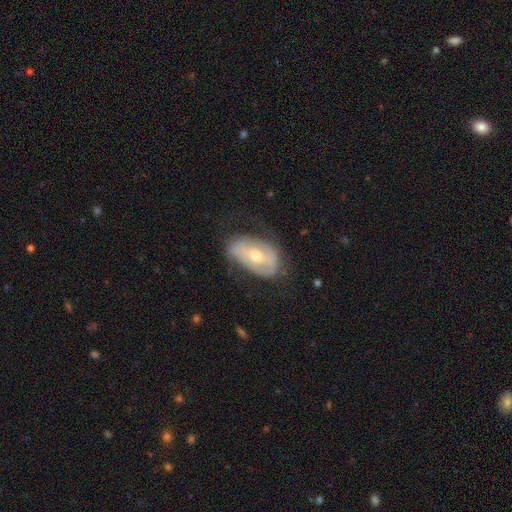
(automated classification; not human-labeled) Smooth or featured? featured or disk (66%)
Edge-on disk? no (92%)
Bar? no (43%)
Spiral arms? yes (67%)
Bulge size? moderate (63%)
Merging? none (57%)